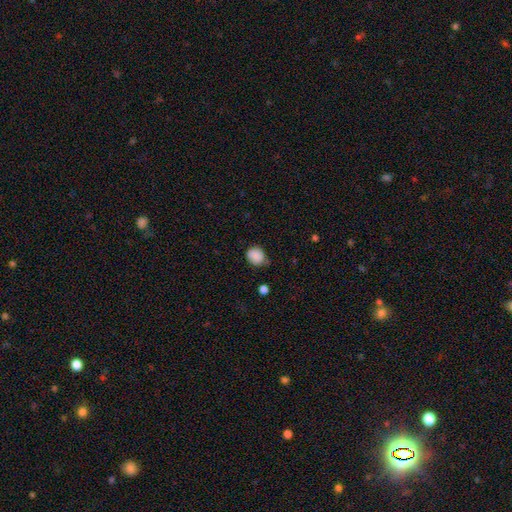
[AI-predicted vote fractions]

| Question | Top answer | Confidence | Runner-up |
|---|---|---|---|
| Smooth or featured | smooth | 87% | star or artifact (9%) |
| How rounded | round | 64% | in between (36%) |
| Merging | none | 65% | minor disturbance (27%) |